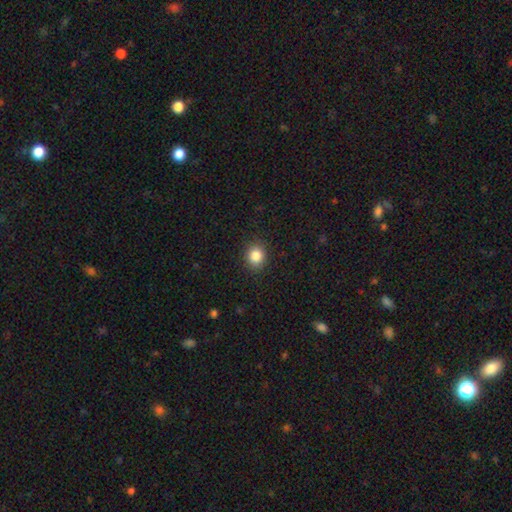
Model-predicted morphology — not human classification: A smooth galaxy with no disk features (85%) that is round (75%).

Vote fractions:
- Smooth or featured? smooth: 85% / star or artifact: 10% / featured or disk: 5%
- How rounded? round: 75% / in between: 24% / cigar-shaped: 1%
- Merging? none: 89% / minor disturbance: 7% / major disturbance: 2% / merger: 1%